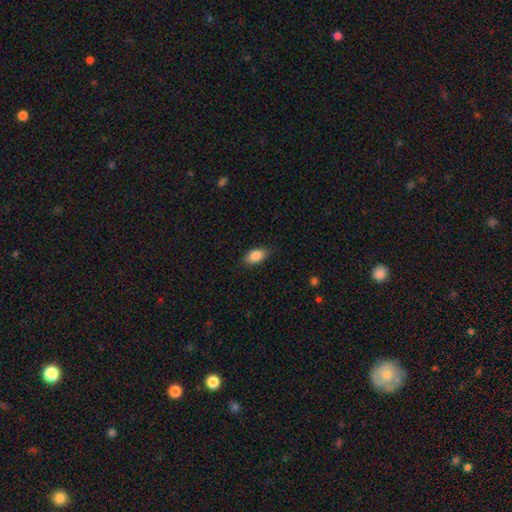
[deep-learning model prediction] This is clearly a smooth galaxy (87%). How rounded: clearly in between (91%). Merging: clearly none (85%).